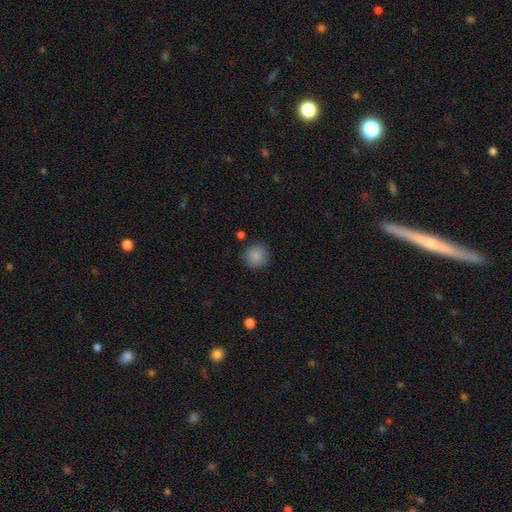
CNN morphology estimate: smooth_or_featured: smooth (p=0.87) [alt: star or artifact p=0.09]
how_rounded: round (p=0.92) [alt: in between p=0.07]
merging: none (p=0.86) [alt: minor disturbance p=0.09]